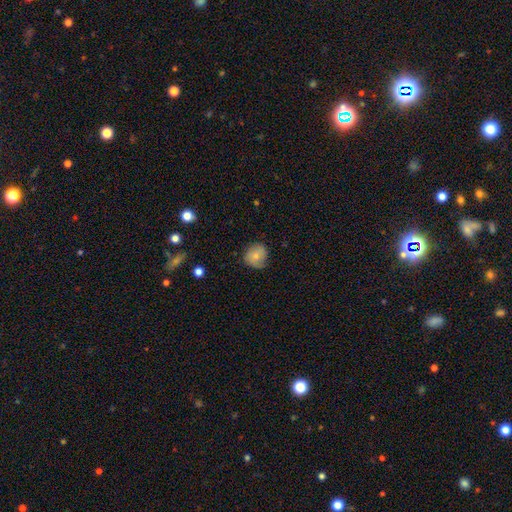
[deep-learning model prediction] This appears to be a smooth galaxy with no disk features (70%) that is round (82%). Merging: none (68%).